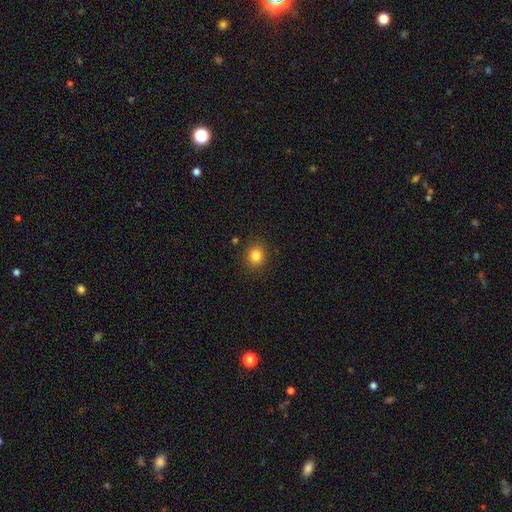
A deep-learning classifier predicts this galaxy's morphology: Smooth or featured? smooth (83%)
How rounded? round (82%)
Merging? none (89%)